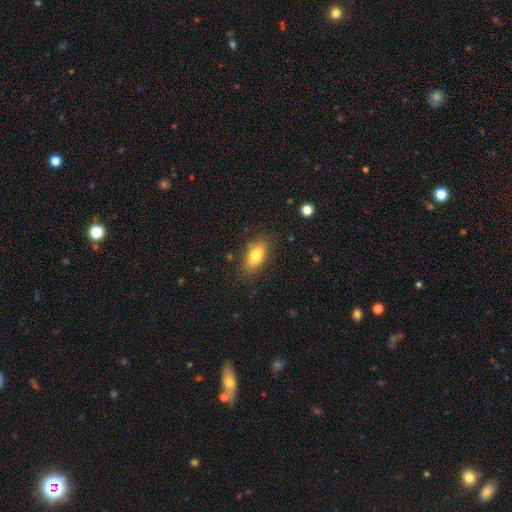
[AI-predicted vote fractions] Smooth or featured?
  - smooth: 78% *
  - featured or disk: 14%
  - star or artifact: 8%
How rounded?
  - in between: 85% *
  - cigar-shaped: 10%
  - round: 5%
Merging?
  - none: 84% *
  - minor disturbance: 12%
  - major disturbance: 3%
  - merger: 2%